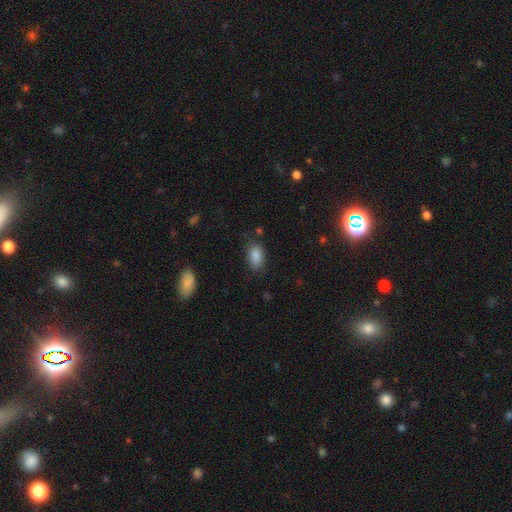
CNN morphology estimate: Smooth or featured?
  - smooth: 87% *
  - star or artifact: 8%
  - featured or disk: 5%
How rounded?
  - in between: 91% *
  - round: 6%
  - cigar-shaped: 3%
Merging?
  - none: 78% *
  - minor disturbance: 15%
  - major disturbance: 4%
  - merger: 2%